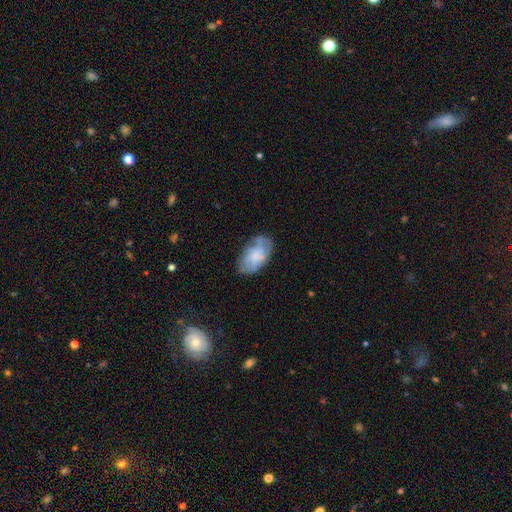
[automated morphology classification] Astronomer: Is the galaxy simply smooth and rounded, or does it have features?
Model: smooth — 53% (runner-up: featured or disk, 39%).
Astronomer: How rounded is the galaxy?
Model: in between — 93%.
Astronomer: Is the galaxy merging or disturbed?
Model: none — 61%.